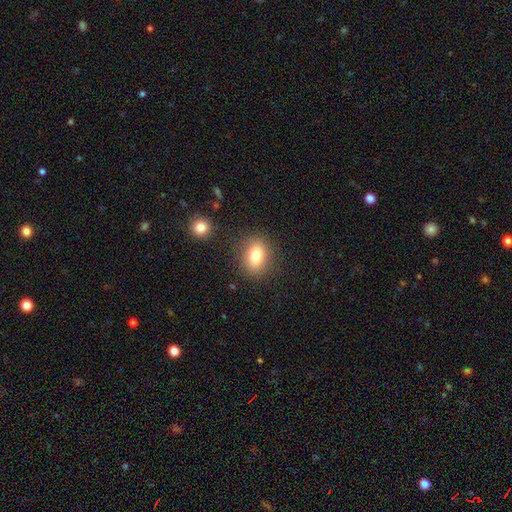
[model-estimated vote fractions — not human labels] This is clearly a smooth galaxy (80%). How rounded: possibly in between (58%). Merging: clearly none (84%).